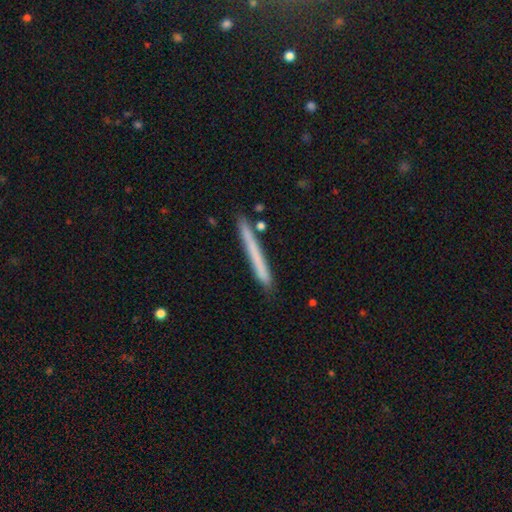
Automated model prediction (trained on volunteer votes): Smooth or featured? smooth (62%)
How rounded? cigar-shaped (97%)
Merging? none (89%)